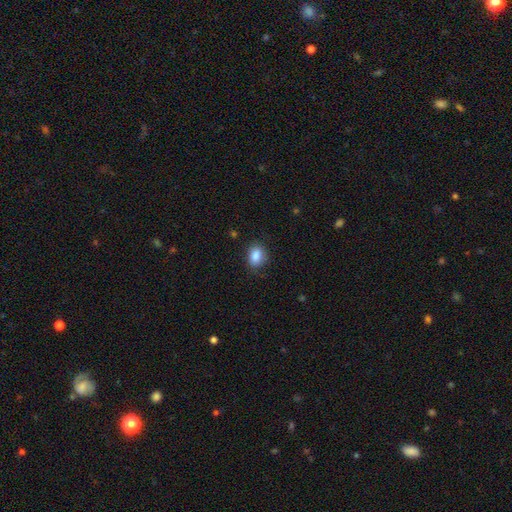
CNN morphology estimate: Smooth or featured: smooth — 87% (star or artifact — 9%)
How rounded: in between — 76% (round — 23%)
Merging: none — 81% (minor disturbance — 15%)